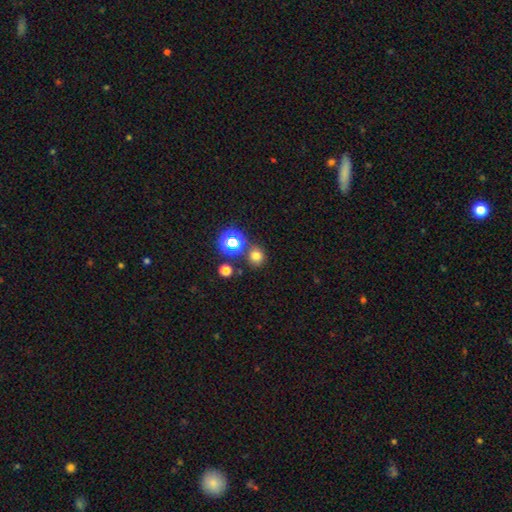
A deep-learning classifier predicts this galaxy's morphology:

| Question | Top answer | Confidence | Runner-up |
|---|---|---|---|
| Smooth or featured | smooth | 68% | star or artifact (25%) |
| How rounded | round | 83% | in between (16%) |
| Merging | none | 73% | merger (13%) |